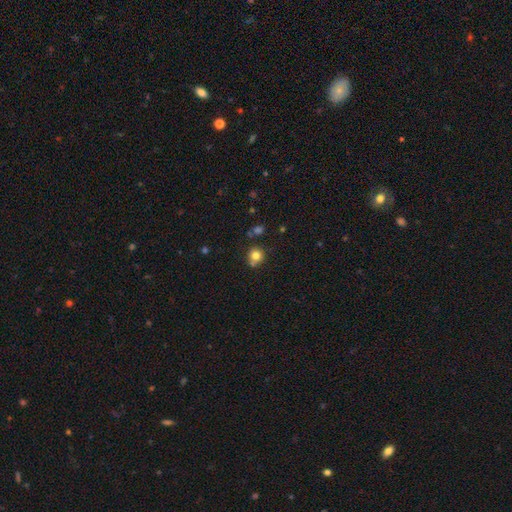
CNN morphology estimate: A smooth galaxy with no disk features (79%) that is round (86%).

Vote fractions:
- Smooth or featured? smooth: 79% / star or artifact: 12% / featured or disk: 9%
- How rounded? round: 86% / in between: 13% / cigar-shaped: 1%
- Merging? none: 66% / minor disturbance: 15% / merger: 15% / major disturbance: 4%